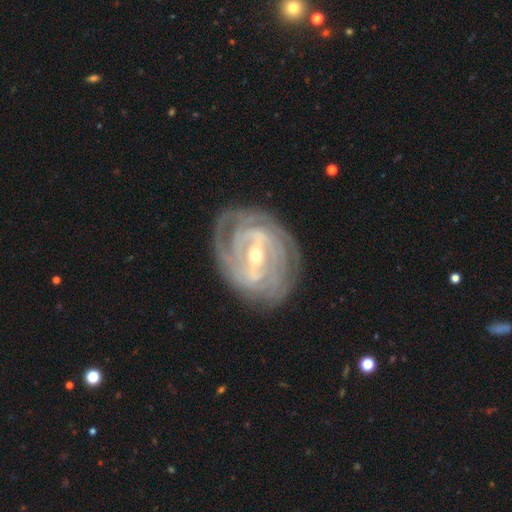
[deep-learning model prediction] A featured or disk galaxy (89%) with a strong bar (57%), tight (76%) spiral arms (95%) and a small central bulge (58%).

Vote fractions:
- Smooth or featured? featured or disk: 89% / smooth: 6% / star or artifact: 5%
- Edge-on disk? no: 95% / yes: 5%
- Bar? strong: 57% / weak: 32% / no: 10%
- Spiral arms? yes: 95% / no: 5%
- Spiral winding? tight: 76% / medium: 19% / loose: 4%
- Spiral arm count? can't tell: 31% / 2: 21% / 3: 19% / 4: 17% / more than 4: 7% / 1: 5%
- Bulge size? small: 58% / moderate: 39% / large: 2% / none: 1% / dominant: 1%
- Merging? none: 79% / minor disturbance: 14% / major disturbance: 6% / merger: 1%